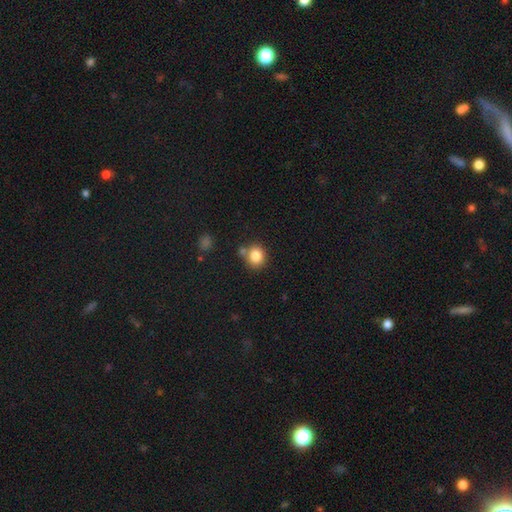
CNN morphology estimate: Smooth or featured: smooth — 84% (star or artifact — 10%)
How rounded: round — 77% (in between — 22%)
Merging: none — 68% (merger — 16%)